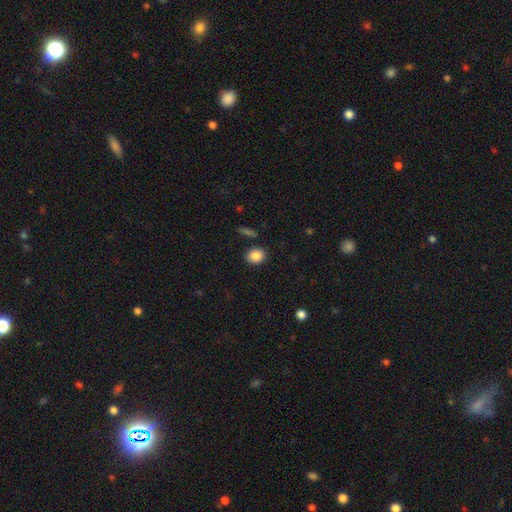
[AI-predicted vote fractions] This is clearly a smooth galaxy (87%). How rounded: possibly round (58%). Merging: clearly none (86%).